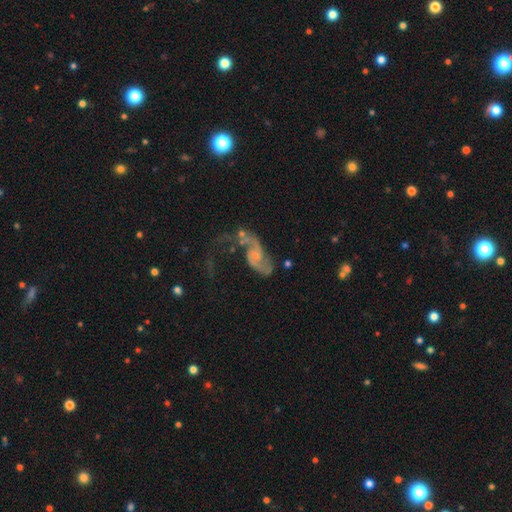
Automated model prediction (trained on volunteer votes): This is clearly a featured or disk galaxy (84%). It is clearly not viewed edge-on (97%). Bar: possibly no (58%). Spiral arm pattern: clearly yes (93%). Spiral arm count: clearly 2 (87%). Spiral winding: possibly loose (58%). Central bulge: possibly small (56%). Merging: marginally major disturbance (33%, tied with none).